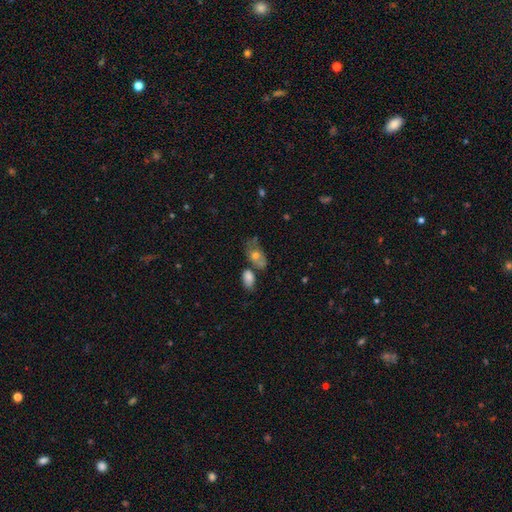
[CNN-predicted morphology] smooth-or-featured: smooth: 65% | featured or disk: 26% | star or artifact: 9%
  how-rounded: in between: 83% | round: 15% | cigar-shaped: 3%
  merging: merger: 34% | none: 33% | minor disturbance: 20% | major disturbance: 12%